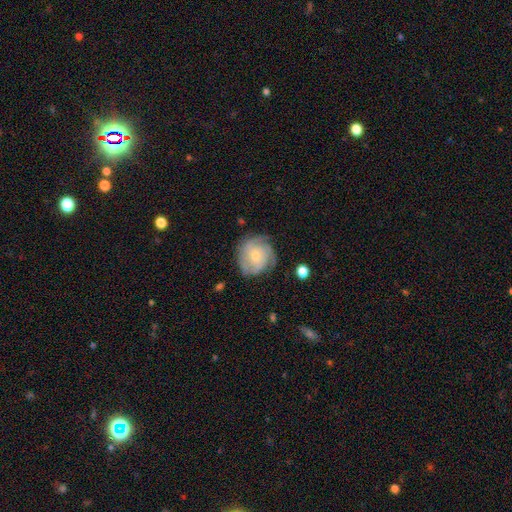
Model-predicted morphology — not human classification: Smooth or featured?
  - featured or disk: 75% *
  - smooth: 19%
  - star or artifact: 6%
Edge-on disk?
  - no: 98% *
  - yes: 2%
Bar?
  - no: 63% *
  - weak: 33%
  - strong: 5%
Spiral arms?
  - yes: 94% *
  - no: 6%
Spiral winding?
  - tight: 61% *
  - medium: 31%
  - loose: 7%
Spiral arm count?
  - 3: 30% *
  - can't tell: 29%
  - 2: 16%
  - 4: 14%
  - 1: 5%
  - more than 4: 5%
Bulge size?
  - small: 59% *
  - moderate: 35%
  - none: 3%
  - large: 2%
  - dominant: 1%
Merging?
  - none: 73% *
  - minor disturbance: 19%
  - major disturbance: 7%
  - merger: 1%